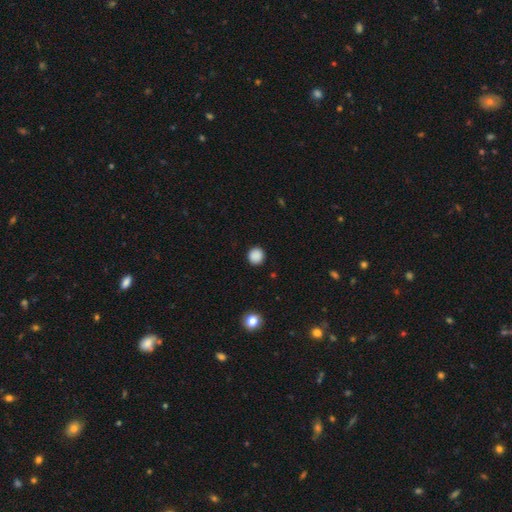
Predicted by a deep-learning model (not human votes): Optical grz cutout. It shows a smooth galaxy with no disk features (87%) that is round (92%). Merging: none (91%).